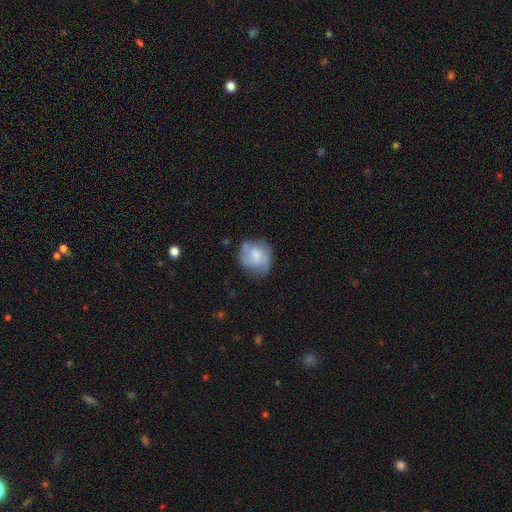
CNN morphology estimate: A smooth galaxy with no disk features (53%) that is round (67%). Merging: none (59%).